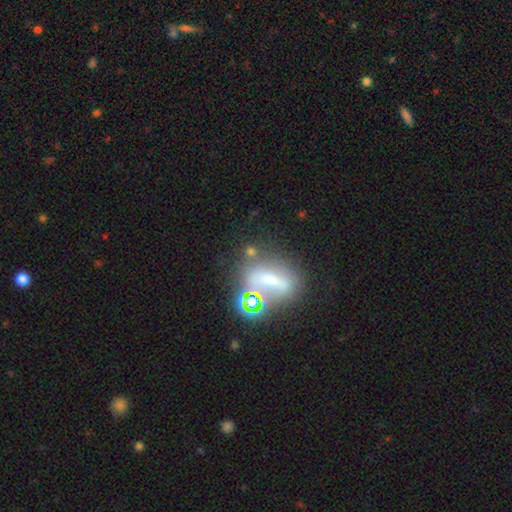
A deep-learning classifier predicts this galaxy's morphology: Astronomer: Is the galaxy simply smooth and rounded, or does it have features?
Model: featured or disk — 43% (runner-up: smooth, 35%).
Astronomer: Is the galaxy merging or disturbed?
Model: none — 40% (runner-up: merger, 24%).